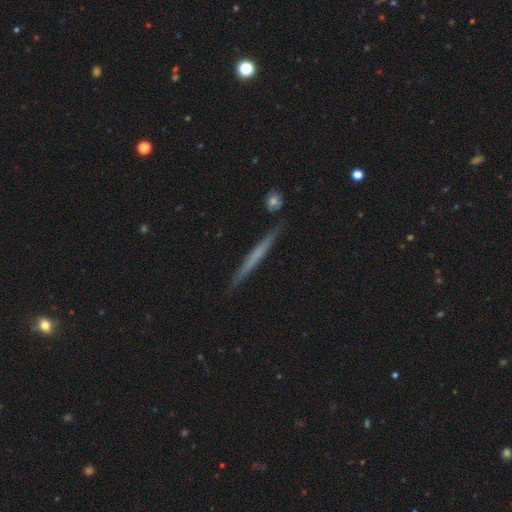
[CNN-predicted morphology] Overall: featured or disk (48%; smooth 46%). Merging: none (89%).